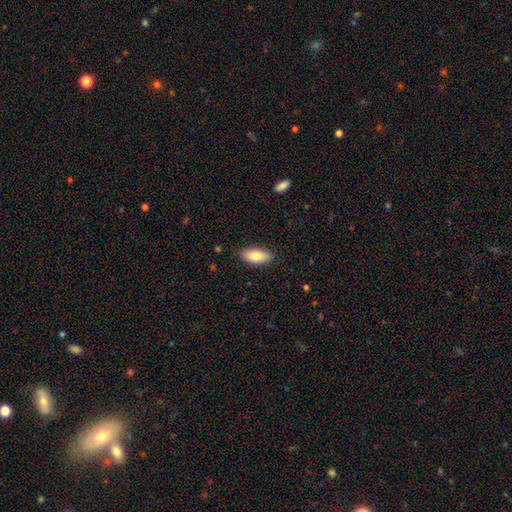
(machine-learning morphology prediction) Q: Smooth or featured?
A: smooth (82%); runner-up: featured or disk (11%)
Q: How rounded?
A: in between (88%); runner-up: cigar-shaped (10%)
Q: Merging?
A: none (86%); runner-up: minor disturbance (11%)